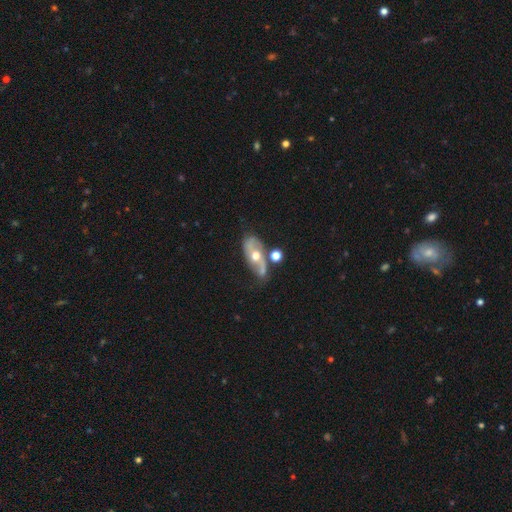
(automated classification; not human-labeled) featured or disk 70%, smooth 23%, star or artifact 7%. Down the decision tree: edge-on disk — no (89%); bar — no (68%); spiral arms — yes (73%); bulge size — moderate (77%); merging — none (52%).